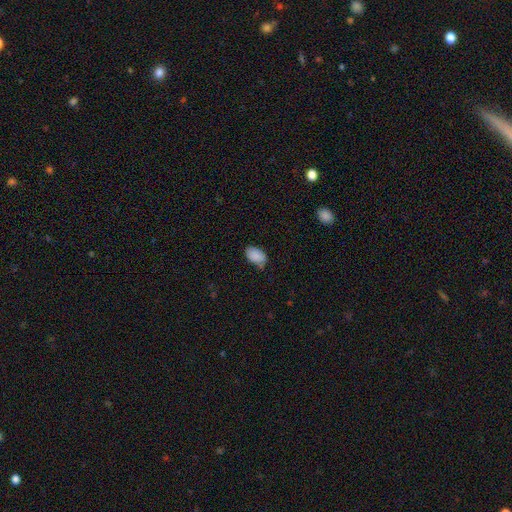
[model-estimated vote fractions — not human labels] Morphology: type=smooth (88%); roundness=in between (91%); merging=none (67%).